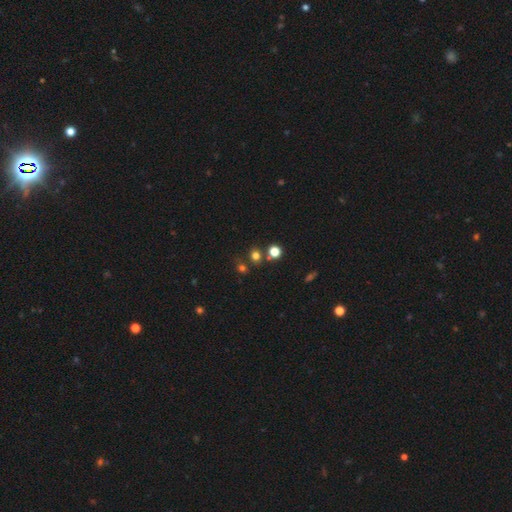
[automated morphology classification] Smooth or featured: smooth — 68% (star or artifact — 25%)
How rounded: round — 80% (in between — 18%)
Merging: none — 69% (merger — 18%)